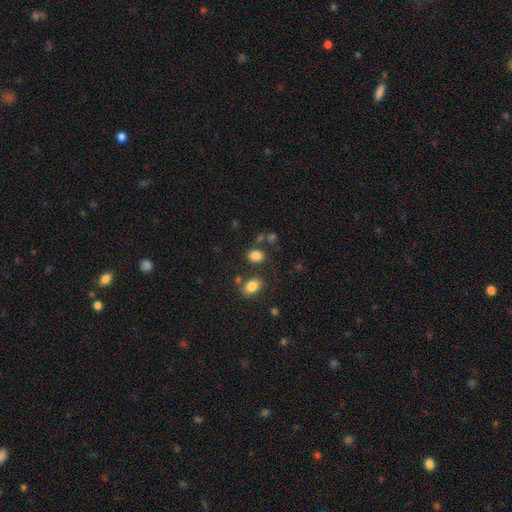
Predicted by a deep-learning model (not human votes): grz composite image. It shows a smooth galaxy with no disk features (84%) that is in between round and cigar-shaped (69%). Merging: none (73%).